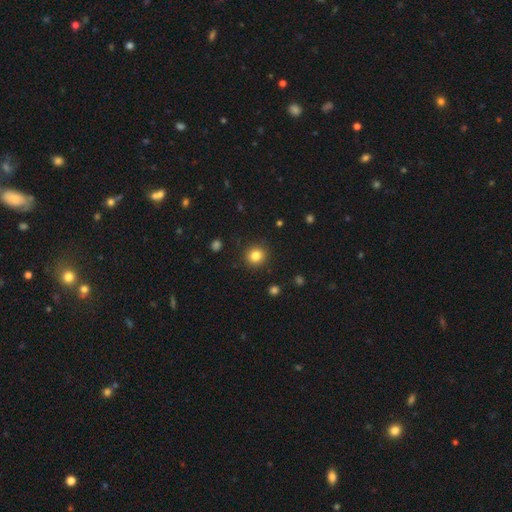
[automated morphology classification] This appears to be a smooth galaxy with no disk features (83%) that is round (91%). Merging: none (91%).